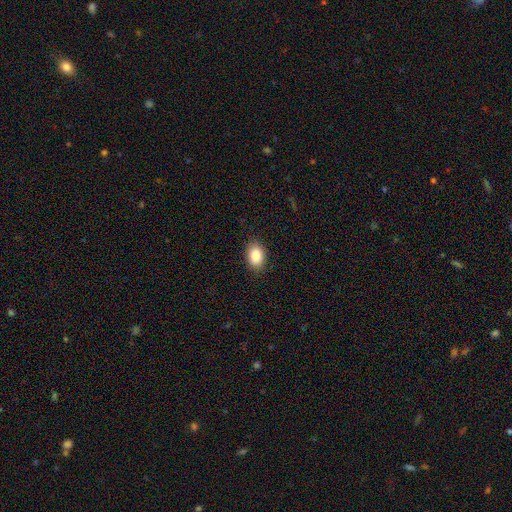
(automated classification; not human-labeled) A smooth galaxy with no disk features (88%) that is in between round and cigar-shaped (84%).

Vote fractions:
- Smooth or featured? smooth: 88% / star or artifact: 8% / featured or disk: 4%
- How rounded? in between: 84% / round: 15% / cigar-shaped: 1%
- Merging? none: 87% / minor disturbance: 10% / major disturbance: 2% / merger: 1%